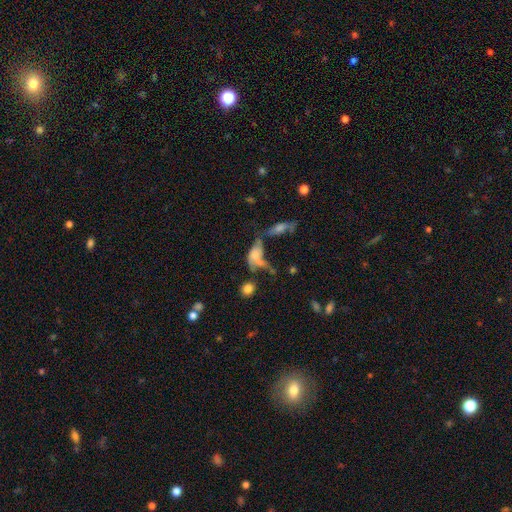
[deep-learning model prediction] The model was most divided on "merging": merger: 39%, major disturbance: 23%, none: 23%, minor disturbance: 15%. More confident: how rounded — in between (78%); smooth or featured — smooth (60%).